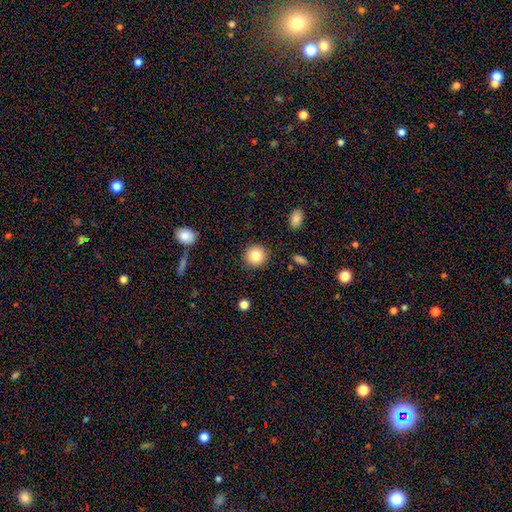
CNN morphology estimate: The model was most divided on "smooth or featured": smooth: 83%, star or artifact: 9%, featured or disk: 8%. More confident: how rounded — round (91%); merging — none (90%).